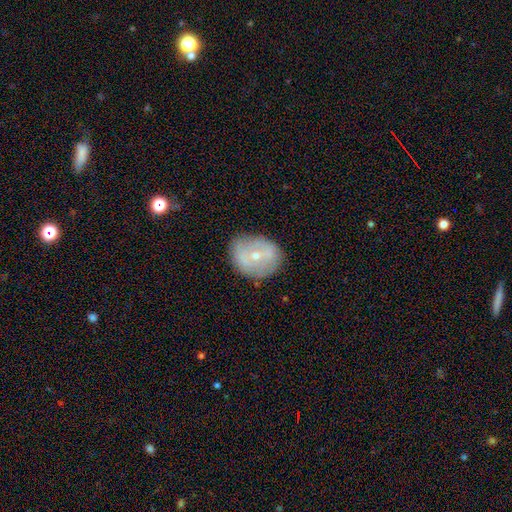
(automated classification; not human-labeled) This appears to be a featured or disk galaxy (52%). Merging: none (76%).